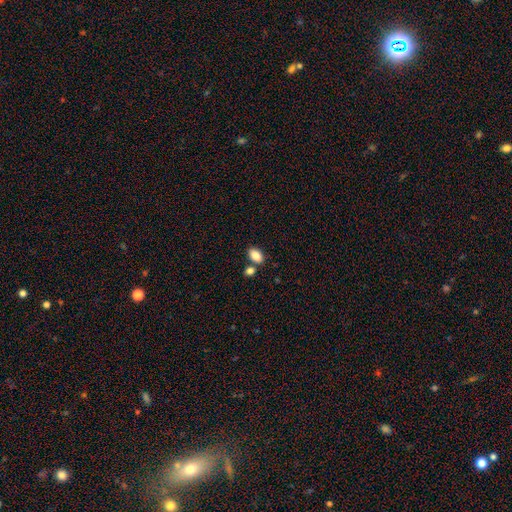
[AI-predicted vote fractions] Overall: smooth (86%). How rounded: in between (90%). Merging: none (69%).